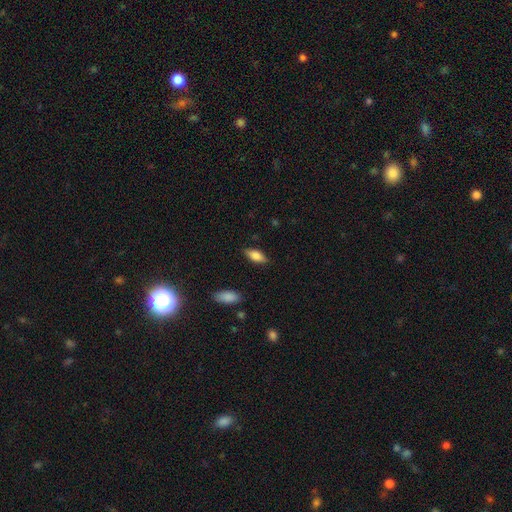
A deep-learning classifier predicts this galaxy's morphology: type=smooth (77%); roundness=in between (81%); merging=none (84%).